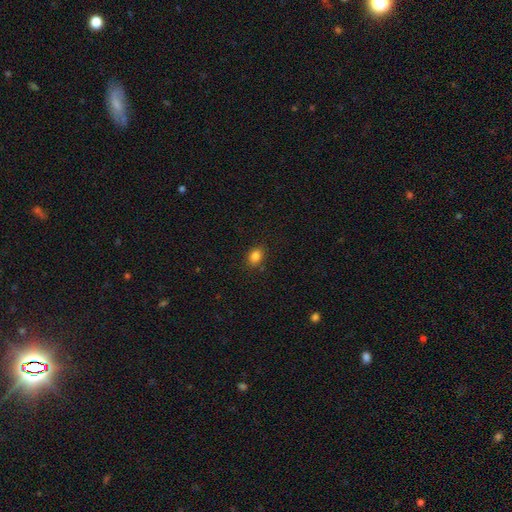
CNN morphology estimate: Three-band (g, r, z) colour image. It shows a smooth galaxy with no disk features (84%) that is in between round and cigar-shaped (55%). Merging: none (86%).